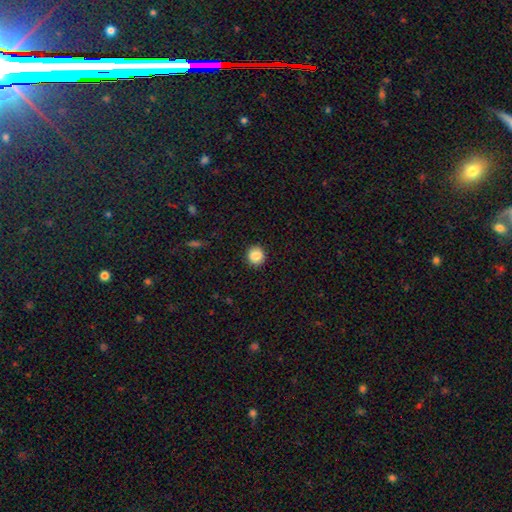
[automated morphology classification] smooth_or_featured: smooth (p=0.88) [alt: star or artifact p=0.09]
how_rounded: round (p=0.92) [alt: in between p=0.07]
merging: none (p=0.91) [alt: minor disturbance p=0.06]